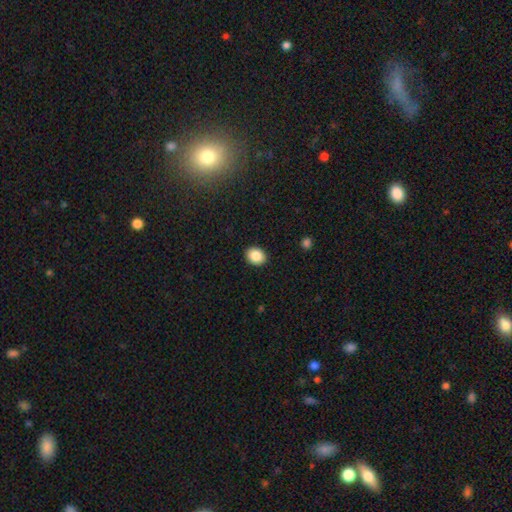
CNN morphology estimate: This is clearly a smooth galaxy (87%). How rounded: possibly round (51%). Merging: clearly none (91%).